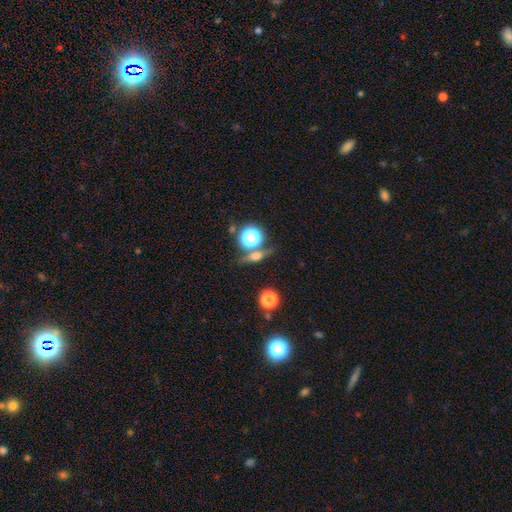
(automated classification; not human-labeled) smooth_or_featured: smooth (p=0.44) [alt: featured or disk p=0.35]
merging: none (p=0.73) [alt: minor disturbance p=0.12]